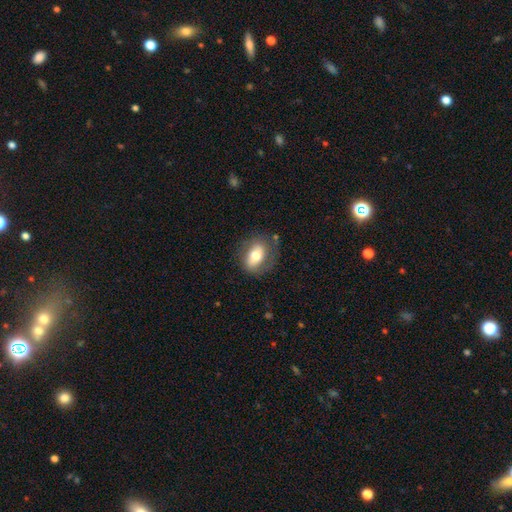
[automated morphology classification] The model was most divided on "smooth or featured": smooth: 62%, featured or disk: 31%, star or artifact: 7%. More confident: how rounded — in between (80%); merging — none (68%).